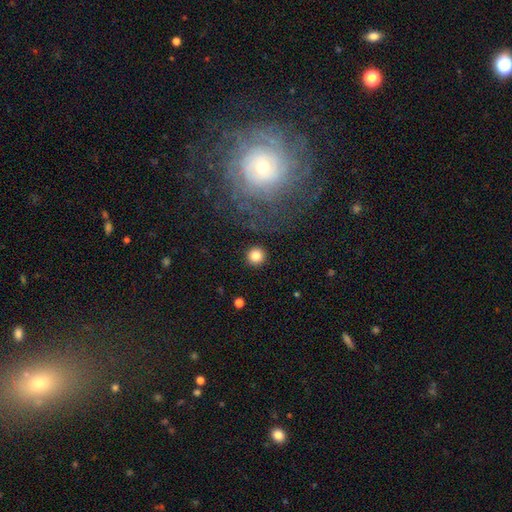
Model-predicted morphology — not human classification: smooth 83%, star or artifact 11%, featured or disk 6%. Down the decision tree: how rounded — round (95%); merging — none (91%).